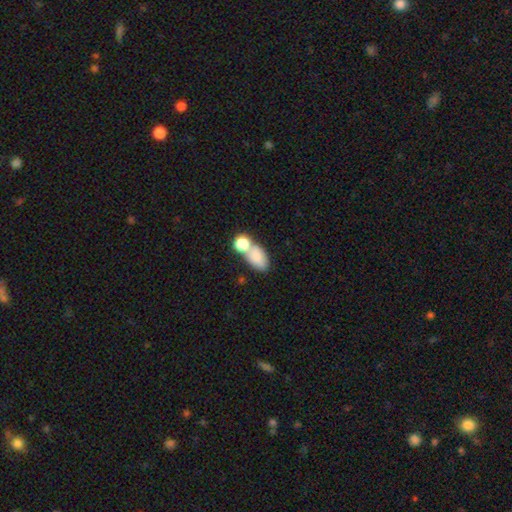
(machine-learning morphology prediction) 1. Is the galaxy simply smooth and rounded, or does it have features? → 80% smooth, 11% featured or disk, 9% star or artifact.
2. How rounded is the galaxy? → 86% in between, 10% round, 3% cigar-shaped.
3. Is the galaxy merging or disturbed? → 45% merger, 36% none, 12% minor disturbance, 7% major disturbance.